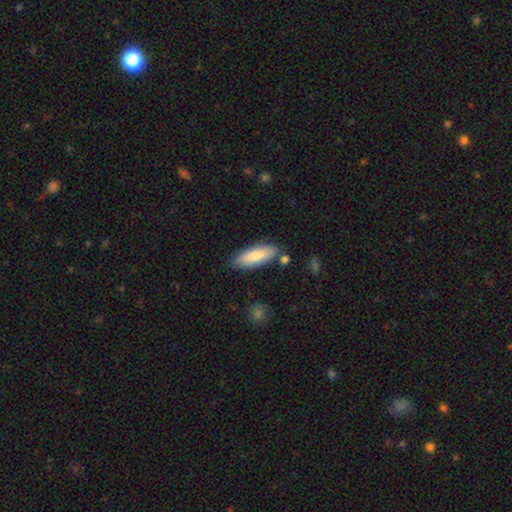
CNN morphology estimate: The model was most divided on "how rounded": in between: 62%, cigar-shaped: 37%, round: 2%. More confident: smooth or featured — smooth (82%); merging — none (80%).